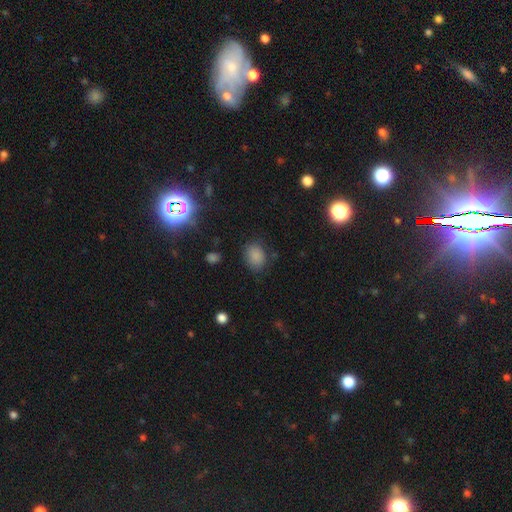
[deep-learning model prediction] A smooth galaxy with no disk features (82%) that is in between round and cigar-shaped (51%).

Vote fractions:
- Smooth or featured? smooth: 82% / star or artifact: 13% / featured or disk: 5%
- How rounded? in between: 51% / round: 48% / cigar-shaped: 1%
- Merging? none: 76% / minor disturbance: 17% / major disturbance: 5% / merger: 2%